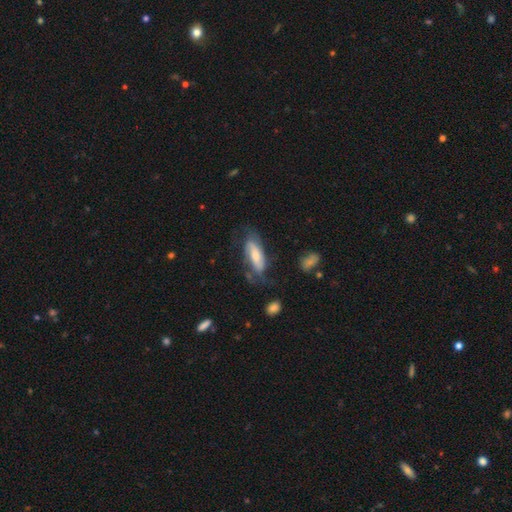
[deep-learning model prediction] Smooth or featured?
  - featured or disk: 51% *
  - smooth: 42%
  - star or artifact: 7%
Edge-on disk?
  - no: 82% *
  - yes: 18%
Merging?
  - none: 52% *
  - minor disturbance: 25%
  - major disturbance: 20%
  - merger: 4%